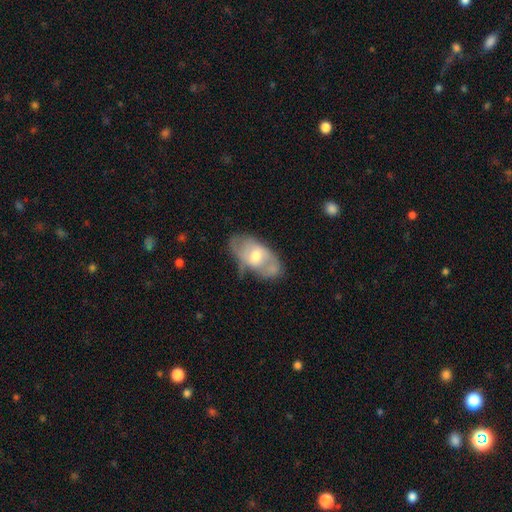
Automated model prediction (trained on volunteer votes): Morphology: type=featured or disk (53%); edge-on=no (90%); merging=none (50%).